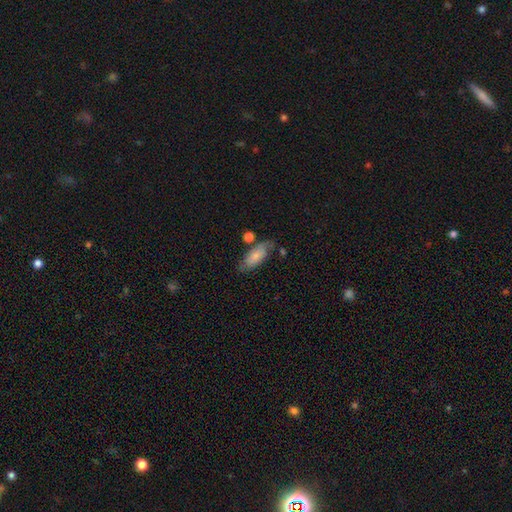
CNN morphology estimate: Q: Smooth or featured?
A: smooth (72%); runner-up: featured or disk (22%)
Q: How rounded?
A: in between (80%); runner-up: cigar-shaped (18%)
Q: Merging?
A: none (63%); runner-up: minor disturbance (22%)